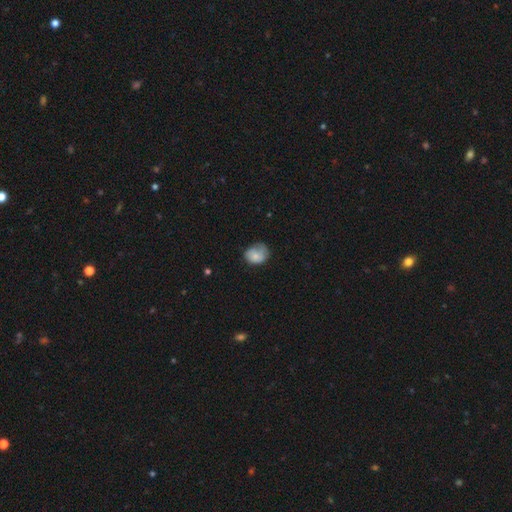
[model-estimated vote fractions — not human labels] Morphology: type=smooth (72%); roundness=in between (51%); merging=none (44%).